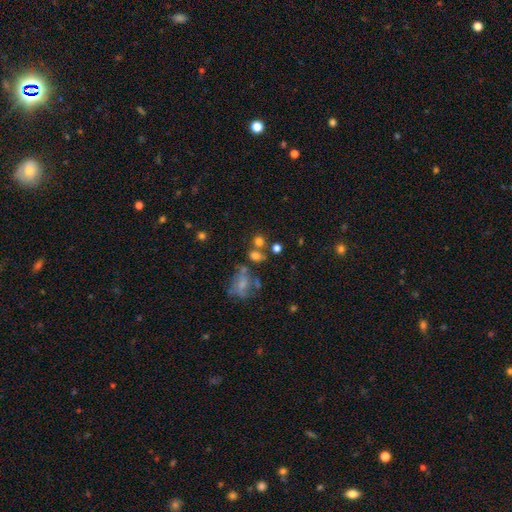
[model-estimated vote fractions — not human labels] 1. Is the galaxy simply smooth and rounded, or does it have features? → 70% smooth, 18% star or artifact, 12% featured or disk.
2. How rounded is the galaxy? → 69% round, 30% in between, 2% cigar-shaped.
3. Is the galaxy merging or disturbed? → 51% none, 30% merger, 12% minor disturbance, 7% major disturbance.